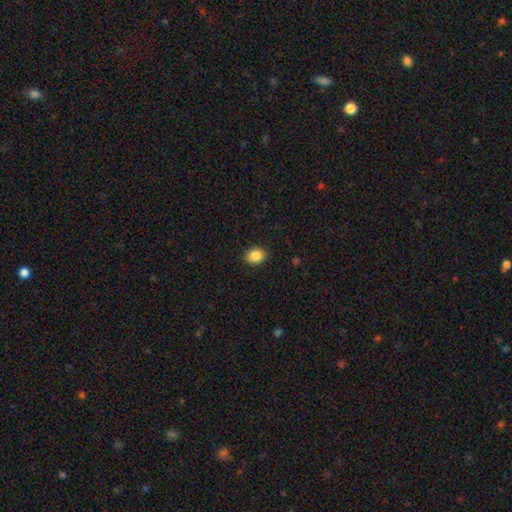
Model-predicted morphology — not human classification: Smooth or featured? Predicted: smooth (p=0.86). How rounded? Predicted: in between (p=0.55). Merging? Predicted: none (p=0.89).